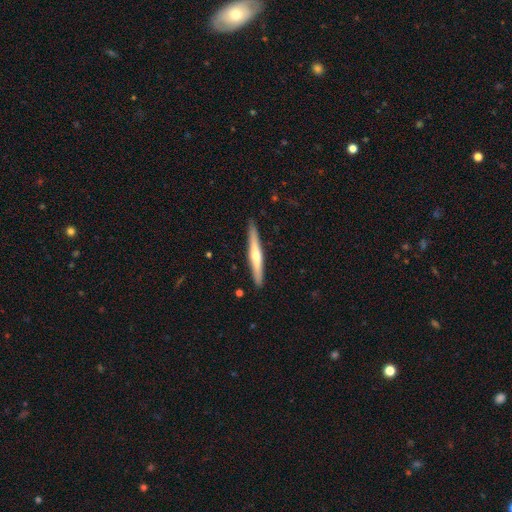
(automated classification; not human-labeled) A featured or disk galaxy (58%) viewed edge-on (97%) with a rounded central bulge (81%).

Vote fractions:
- Smooth or featured? featured or disk: 58% / smooth: 37% / star or artifact: 5%
- Edge-on disk? yes: 97% / no: 3%
- Edge-on bulge? rounded: 81% / none: 15% / boxy: 4%
- Merging? none: 90% / minor disturbance: 8% / major disturbance: 1% / merger: 1%